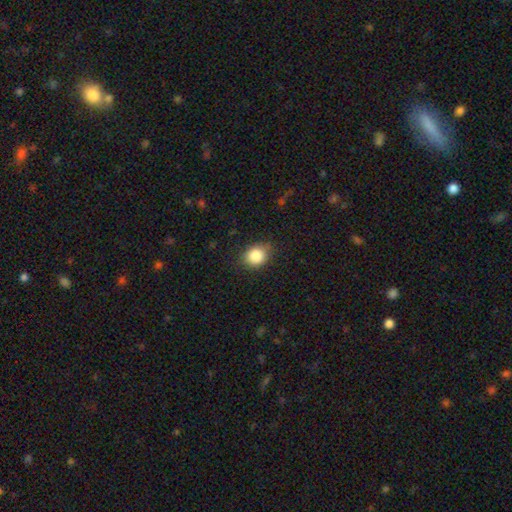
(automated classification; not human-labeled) smooth 86%, star or artifact 9%, featured or disk 5%. Down the decision tree: how rounded — round (59%); merging — none (78%).